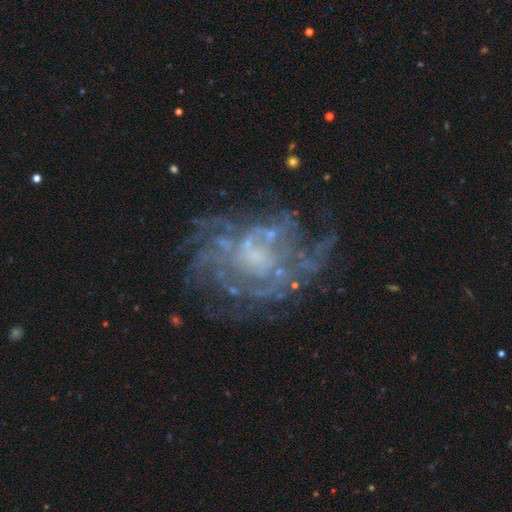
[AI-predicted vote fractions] The model was most divided on "spiral winding": tight: 46%, medium: 34%, loose: 20%. Remaining: edge-on disk — no (98%); smooth or featured — featured or disk (80%); spiral arms — yes (77%); bar — no (72%); merging — none (55%); spiral arm count — can't tell (50%); bulge size — small (46%).